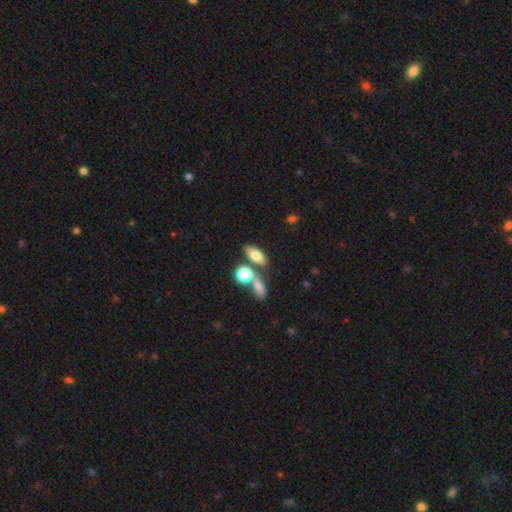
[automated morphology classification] Q: Smooth or featured?
A: smooth (73%); runner-up: featured or disk (17%)
Q: How rounded?
A: in between (80%); runner-up: cigar-shaped (12%)
Q: Merging?
A: none (60%); runner-up: merger (24%)